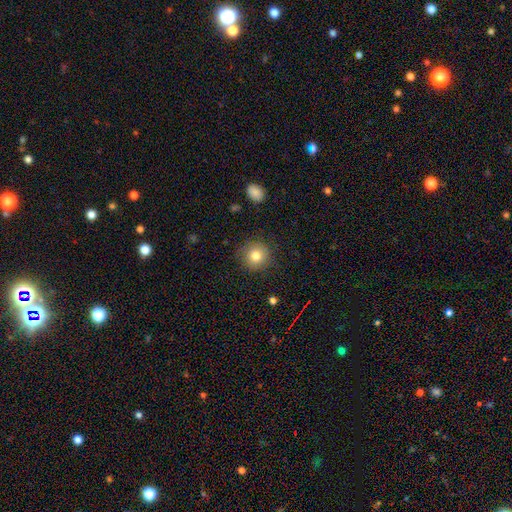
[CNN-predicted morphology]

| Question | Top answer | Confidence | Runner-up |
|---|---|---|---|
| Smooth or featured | smooth | 81% | star or artifact (10%) |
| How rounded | round | 93% | in between (6%) |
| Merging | none | 85% | minor disturbance (10%) |